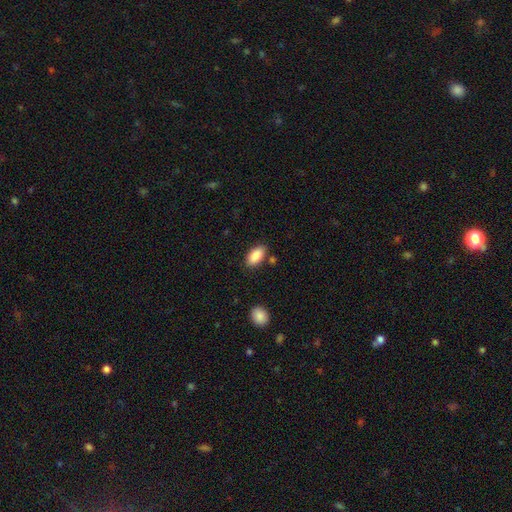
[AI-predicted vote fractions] The model was most divided on "merging": none: 83%, minor disturbance: 11%, merger: 4%, major disturbance: 3%. More confident: how rounded — in between (93%); smooth or featured — smooth (88%).